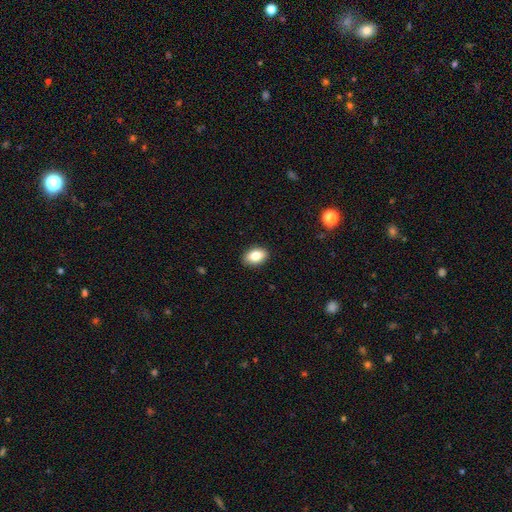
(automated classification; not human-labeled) A smooth galaxy with no disk features (82%) that is in between round and cigar-shaped (87%).

Vote fractions:
- Smooth or featured? smooth: 82% / featured or disk: 10% / star or artifact: 8%
- How rounded? in between: 87% / round: 12% / cigar-shaped: 1%
- Merging? none: 89% / minor disturbance: 8% / major disturbance: 2% / merger: 1%